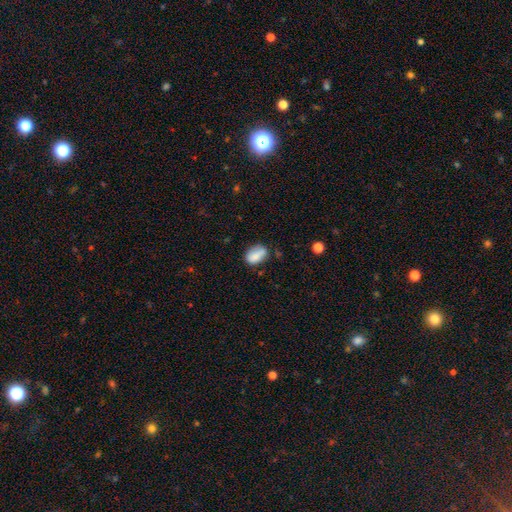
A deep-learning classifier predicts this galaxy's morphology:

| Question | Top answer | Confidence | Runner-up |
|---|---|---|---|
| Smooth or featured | smooth | 80% | featured or disk (12%) |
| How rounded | in between | 82% | round (15%) |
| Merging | none | 64% | minor disturbance (24%) |